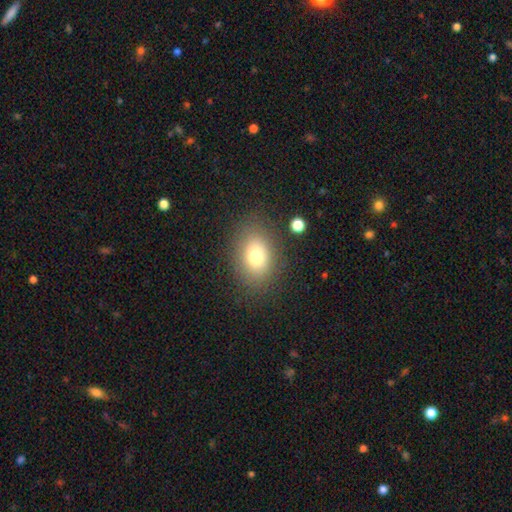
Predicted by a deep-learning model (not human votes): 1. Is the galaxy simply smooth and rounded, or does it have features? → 75% smooth, 13% featured or disk, 12% star or artifact.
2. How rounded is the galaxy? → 67% in between, 32% round, 1% cigar-shaped.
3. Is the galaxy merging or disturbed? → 84% none, 10% minor disturbance, 4% major disturbance, 2% merger.